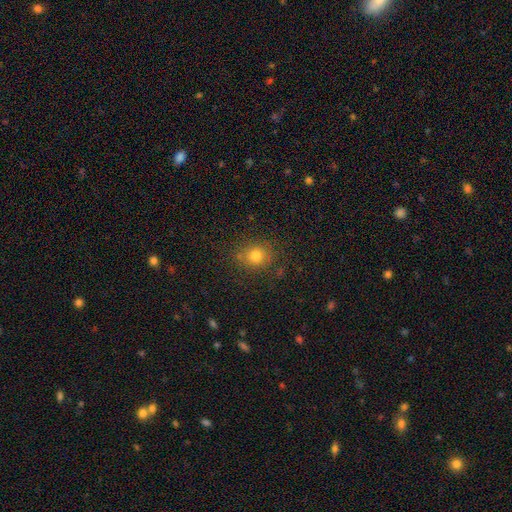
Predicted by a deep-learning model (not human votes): Smooth or featured: smooth — 78% (star or artifact — 15%)
How rounded: round — 72% (in between — 27%)
Merging: none — 81% (minor disturbance — 12%)